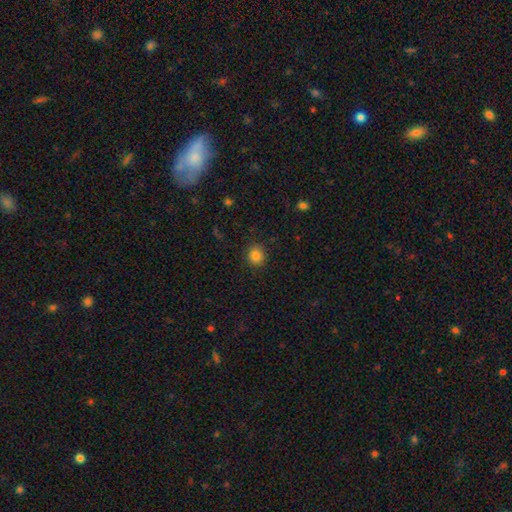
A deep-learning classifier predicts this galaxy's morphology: Smooth or featured? Predicted: smooth (p=0.84). How rounded? Predicted: round (p=0.85). Merging? Predicted: none (p=0.90).